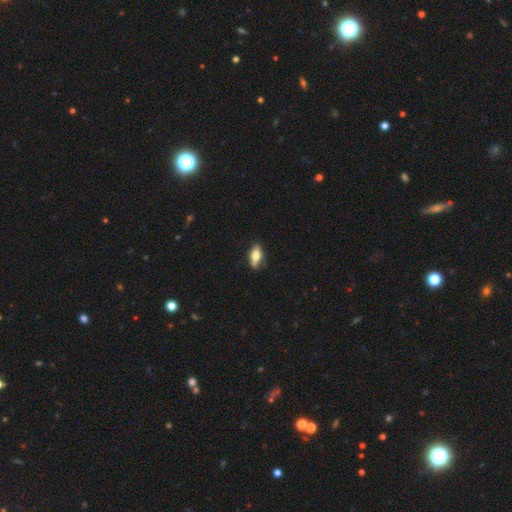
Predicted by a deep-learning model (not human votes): smooth-or-featured: smooth: 57% | featured or disk: 36% | star or artifact: 7%
  how-rounded: in between: 71% | cigar-shaped: 24% | round: 4%
  merging: none: 78% | minor disturbance: 16% | major disturbance: 4% | merger: 2%